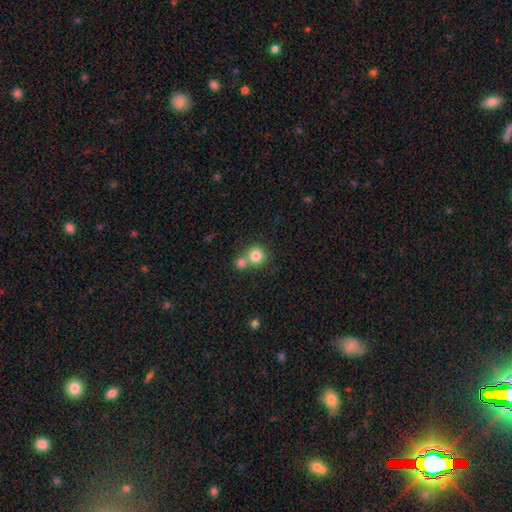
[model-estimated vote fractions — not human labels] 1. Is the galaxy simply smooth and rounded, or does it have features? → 81% smooth, 11% star or artifact, 8% featured or disk.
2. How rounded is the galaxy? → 91% round, 8% in between, 1% cigar-shaped.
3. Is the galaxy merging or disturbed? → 53% none, 38% merger, 7% minor disturbance, 3% major disturbance.